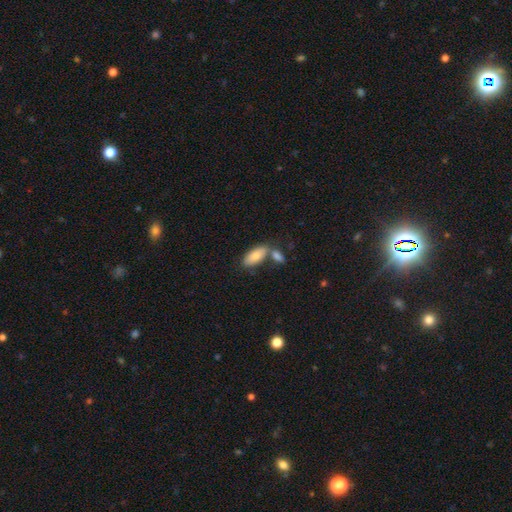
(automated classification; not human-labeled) Smooth or featured? Predicted: smooth (p=0.81). How rounded? Predicted: in between (p=0.85). Merging? Predicted: none (p=0.52).